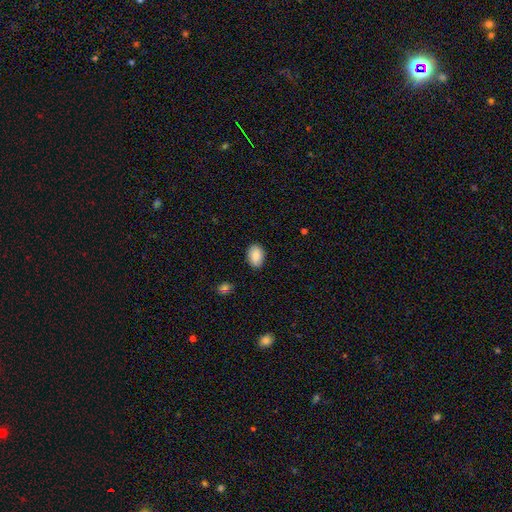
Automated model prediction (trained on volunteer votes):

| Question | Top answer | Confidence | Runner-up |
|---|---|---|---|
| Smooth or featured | smooth | 87% | star or artifact (7%) |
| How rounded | in between | 88% | round (11%) |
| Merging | none | 87% | minor disturbance (9%) |